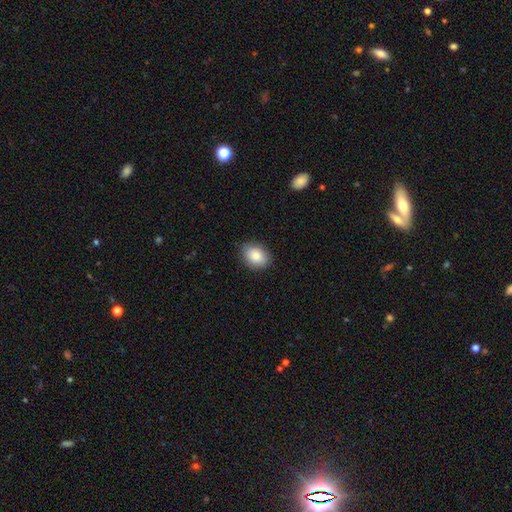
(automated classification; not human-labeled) This appears to be a smooth galaxy with no disk features (87%) that is in between round and cigar-shaped (74%). Merging: none (86%).